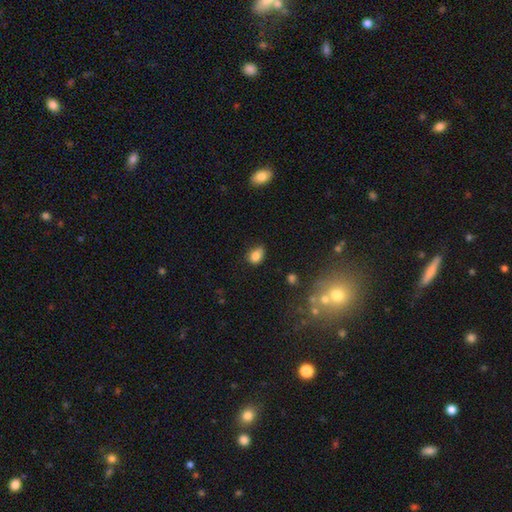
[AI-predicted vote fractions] Smooth or featured? Predicted: smooth (p=0.82). How rounded? Predicted: in between (p=0.73). Merging? Predicted: none (p=0.60).